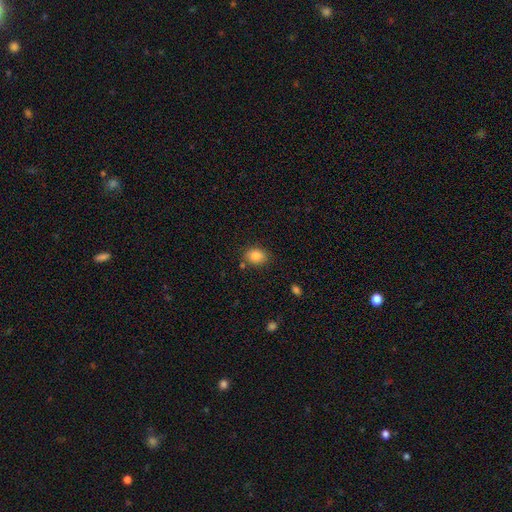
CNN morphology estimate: The model was most divided on "how rounded": in between: 65%, round: 34%, cigar-shaped: 1%. More confident: smooth or featured — smooth (86%); merging — none (80%).